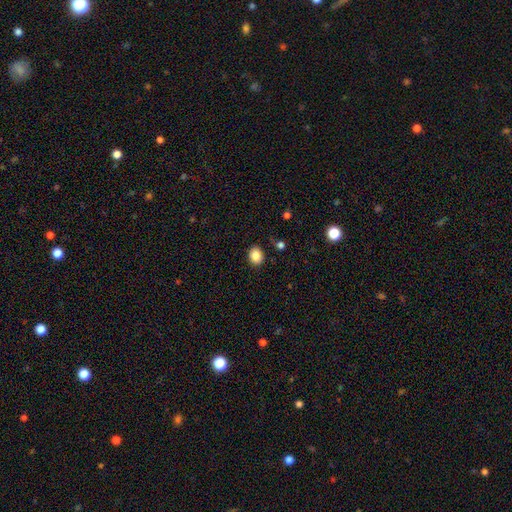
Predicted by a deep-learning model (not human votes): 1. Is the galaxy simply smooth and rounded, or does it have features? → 86% smooth, 9% star or artifact, 4% featured or disk.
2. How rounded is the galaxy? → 50% round, 49% in between, 1% cigar-shaped.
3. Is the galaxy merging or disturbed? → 88% none, 8% minor disturbance, 2% major disturbance, 2% merger.